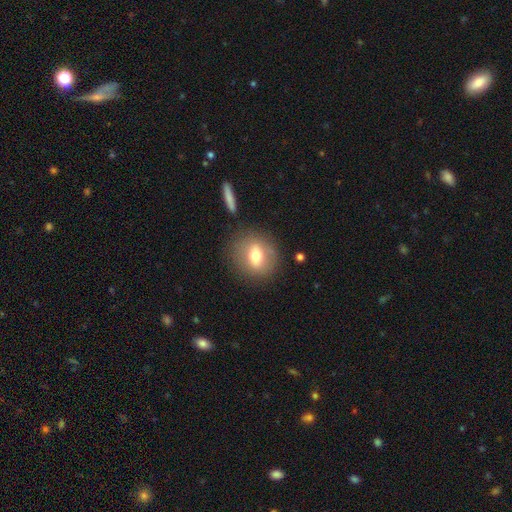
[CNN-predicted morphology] Smooth or featured? smooth (64%)
How rounded? round (62%)
Merging? none (78%)